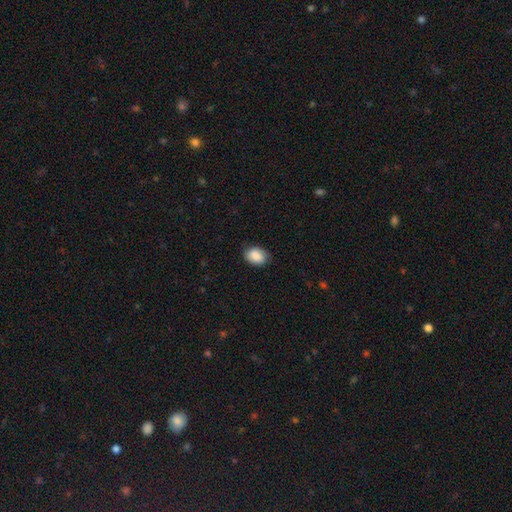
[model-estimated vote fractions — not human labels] smooth-or-featured: smooth: 86% | star or artifact: 7% | featured or disk: 7%
  how-rounded: in between: 74% | round: 25% | cigar-shaped: 1%
  merging: none: 80% | minor disturbance: 16% | major disturbance: 3% | merger: 1%